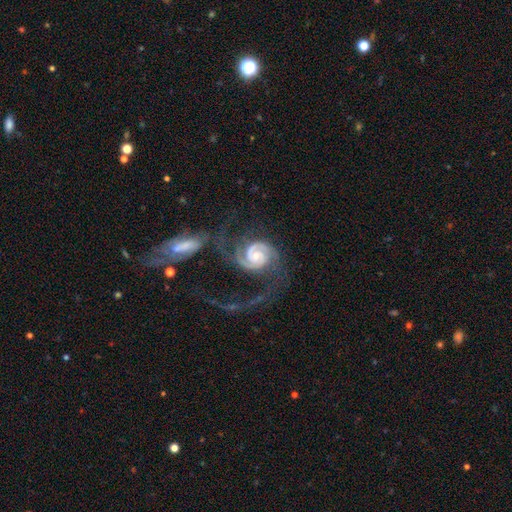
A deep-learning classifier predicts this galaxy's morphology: Smooth or featured?
  - featured or disk: 92% *
  - star or artifact: 4%
  - smooth: 3%
Edge-on disk?
  - no: 98% *
  - yes: 2%
Bar?
  - no: 55% *
  - weak: 34%
  - strong: 11%
Spiral arms?
  - yes: 99% *
  - no: 1%
Spiral winding?
  - tight: 57% *
  - medium: 34%
  - loose: 9%
Spiral arm count?
  - 2: 85% *
  - 3: 5%
  - can't tell: 3%
  - 1: 2%
  - 4: 2%
  - more than 4: 2%
Bulge size?
  - small: 49% *
  - moderate: 45%
  - large: 3%
  - none: 2%
  - dominant: 1%
Merging?
  - none: 37% *
  - major disturbance: 33%
  - minor disturbance: 16%
  - merger: 13%